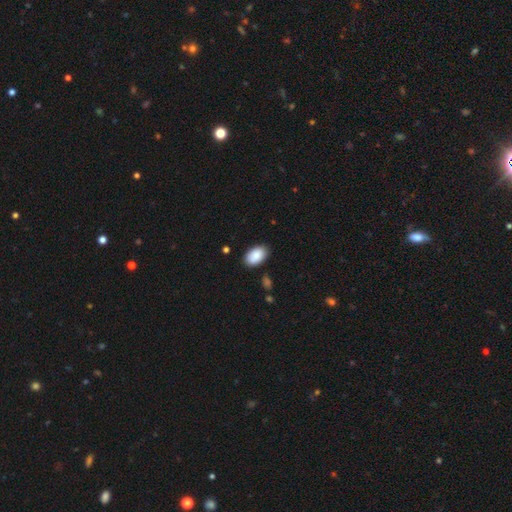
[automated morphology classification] smooth-or-featured: smooth: 89% | star or artifact: 6% | featured or disk: 5%
  how-rounded: in between: 94% | round: 5% | cigar-shaped: 1%
  merging: none: 86% | minor disturbance: 10% | major disturbance: 2% | merger: 2%